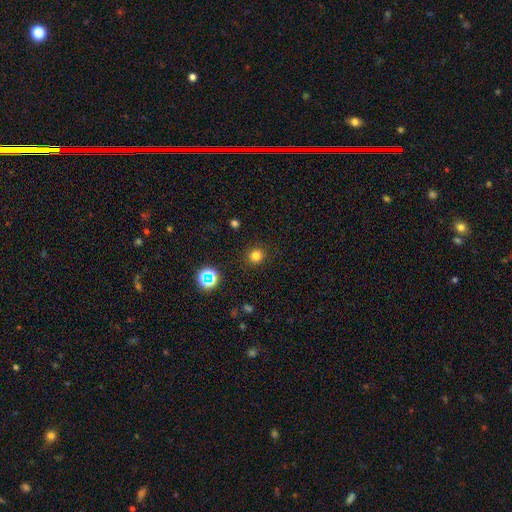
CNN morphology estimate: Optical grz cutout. It shows a smooth galaxy with no disk features (78%) that is round (90%). Merging: none (90%).